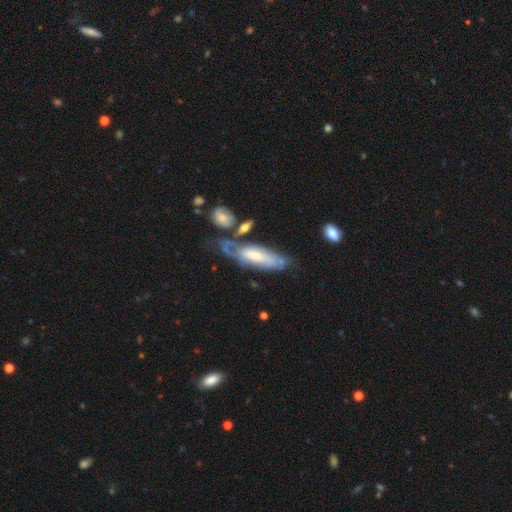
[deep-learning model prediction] A featured or disk galaxy (50%).

Vote fractions:
- Smooth or featured? featured or disk: 50% / smooth: 44% / star or artifact: 6%
- Edge-on disk? no: 70% / yes: 30%
- Merging? none: 38% / minor disturbance: 26% / major disturbance: 19% / merger: 17%